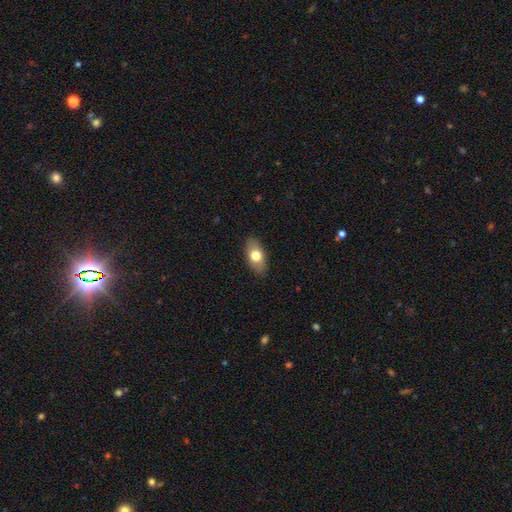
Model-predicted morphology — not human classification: A smooth galaxy with no disk features (70%) that is in between round and cigar-shaped (89%).

Vote fractions:
- Smooth or featured? smooth: 70% / featured or disk: 24% / star or artifact: 7%
- How rounded? in between: 89% / round: 6% / cigar-shaped: 5%
- Merging? none: 87% / minor disturbance: 10% / major disturbance: 2% / merger: 1%